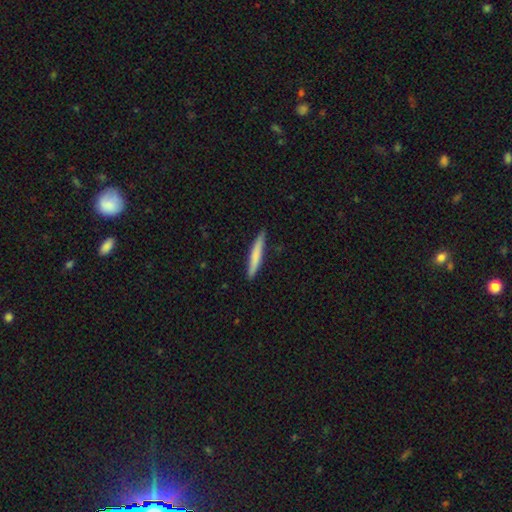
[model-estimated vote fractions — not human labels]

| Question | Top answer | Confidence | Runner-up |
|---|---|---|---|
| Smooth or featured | smooth | 72% | featured or disk (23%) |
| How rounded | cigar-shaped | 95% | in between (4%) |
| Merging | none | 88% | minor disturbance (9%) |